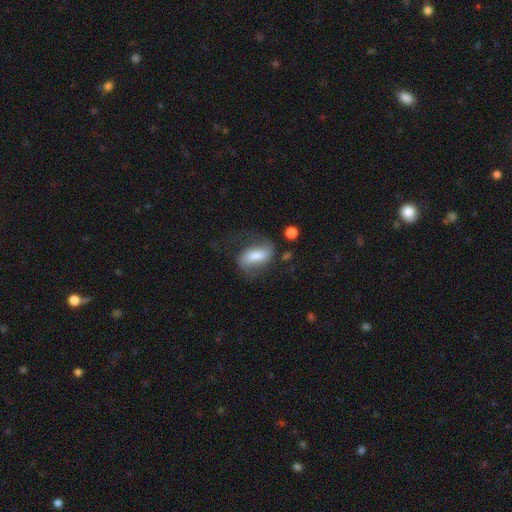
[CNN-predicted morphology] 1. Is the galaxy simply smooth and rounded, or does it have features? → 50% smooth, 42% featured or disk, 8% star or artifact.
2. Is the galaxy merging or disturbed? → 49% none, 25% major disturbance, 22% minor disturbance, 4% merger.